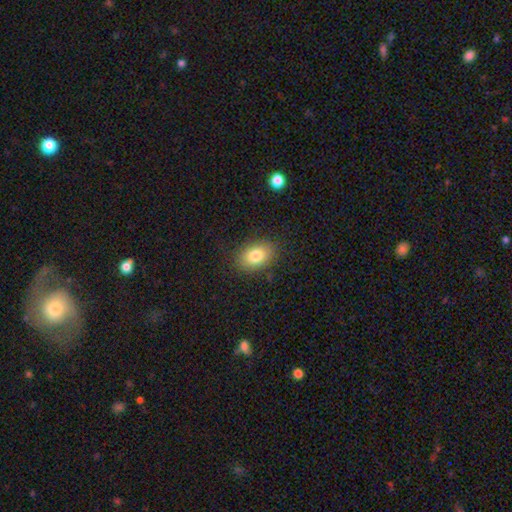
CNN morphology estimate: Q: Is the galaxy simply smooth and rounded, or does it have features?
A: smooth — 80%.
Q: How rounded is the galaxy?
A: in between — 81%.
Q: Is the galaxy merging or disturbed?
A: none — 85%.